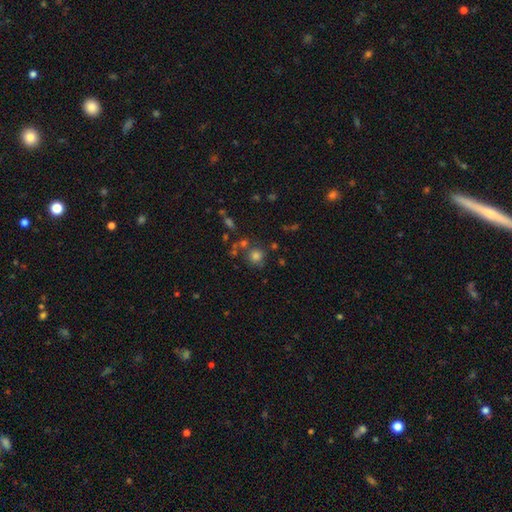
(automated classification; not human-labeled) A smooth galaxy with no disk features (74%) that is round (89%).

Vote fractions:
- Smooth or featured? smooth: 74% / star or artifact: 16% / featured or disk: 9%
- How rounded? round: 89% / in between: 10% / cigar-shaped: 1%
- Merging? none: 68% / merger: 14% / minor disturbance: 12% / major disturbance: 6%